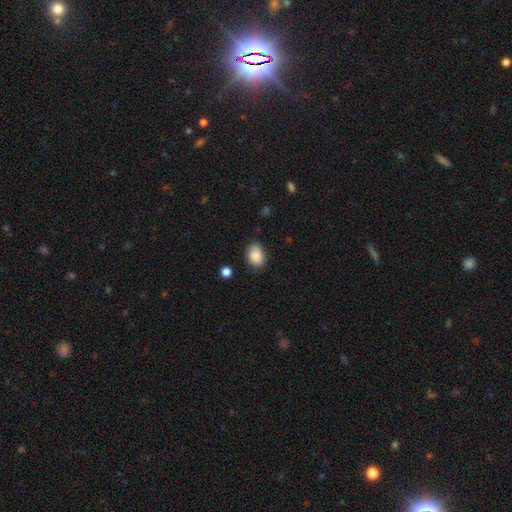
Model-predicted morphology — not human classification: A smooth galaxy with no disk features (87%) that is in between round and cigar-shaped (82%). Merging: none (77%).